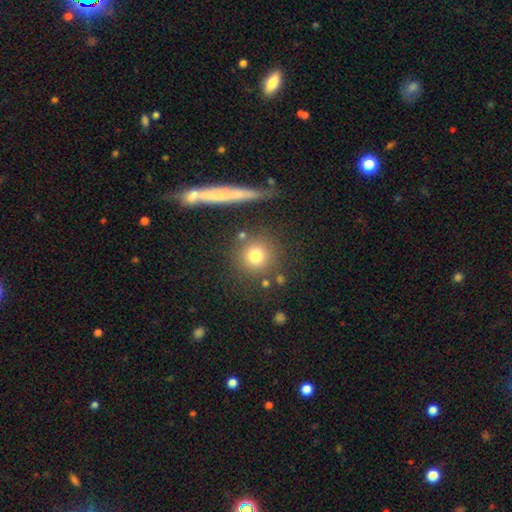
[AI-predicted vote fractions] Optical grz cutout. It shows a smooth galaxy with no disk features (76%) that is round (92%). Merging: none (80%).